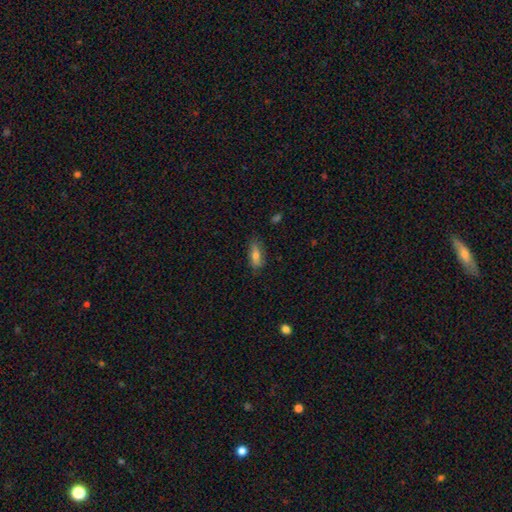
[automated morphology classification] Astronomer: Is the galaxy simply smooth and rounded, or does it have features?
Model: smooth — 70%.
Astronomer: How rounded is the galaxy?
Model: in between — 66%.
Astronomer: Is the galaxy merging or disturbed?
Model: none — 77%.